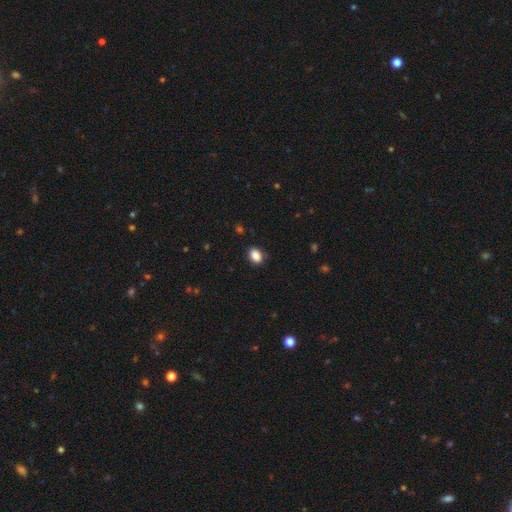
Morphology: type=smooth (95%); roundness=in between (79%); merging=none (82%).